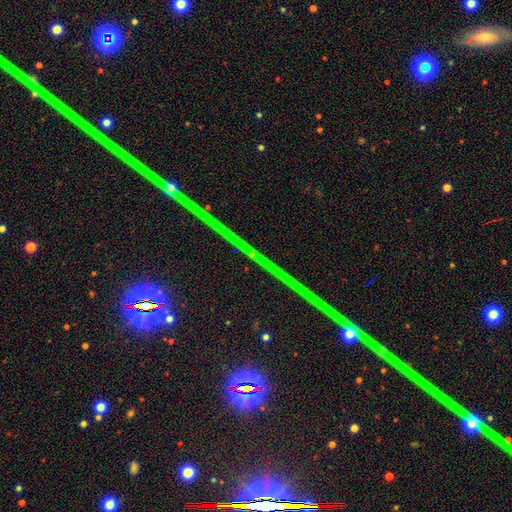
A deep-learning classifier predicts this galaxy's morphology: Smooth or featured: star or artifact — 85% (featured or disk — 9%)